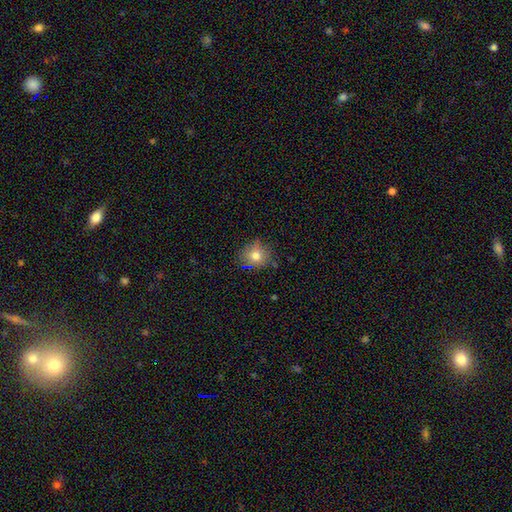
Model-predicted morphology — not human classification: type=smooth (76%); roundness=round (84%); merging=none (79%).